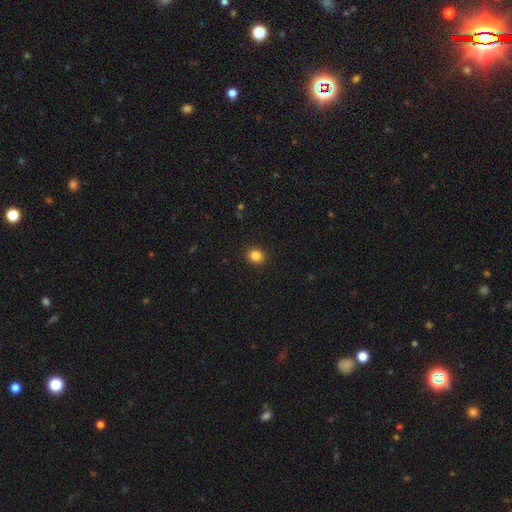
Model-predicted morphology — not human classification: type=smooth (85%); roundness=round (75%); merging=none (92%).